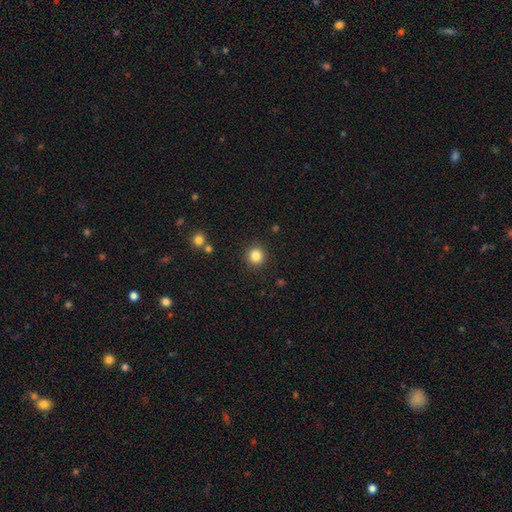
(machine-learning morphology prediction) Smooth or featured? Predicted: smooth (p=0.84). How rounded? Predicted: round (p=0.93). Merging? Predicted: none (p=0.91).